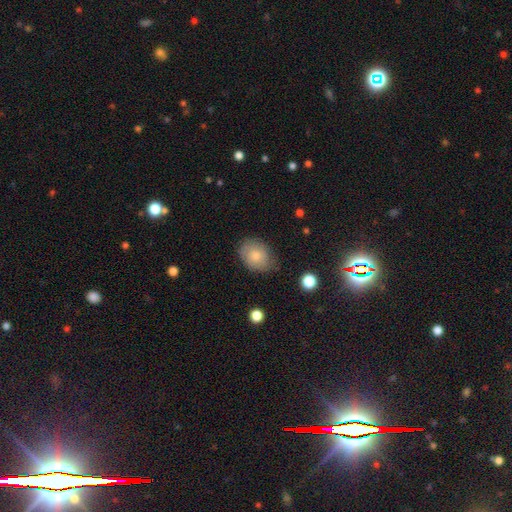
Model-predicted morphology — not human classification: Smooth or featured: smooth — 78% (featured or disk — 14%)
How rounded: in between — 60% (round — 39%)
Merging: none — 70% (minor disturbance — 23%)